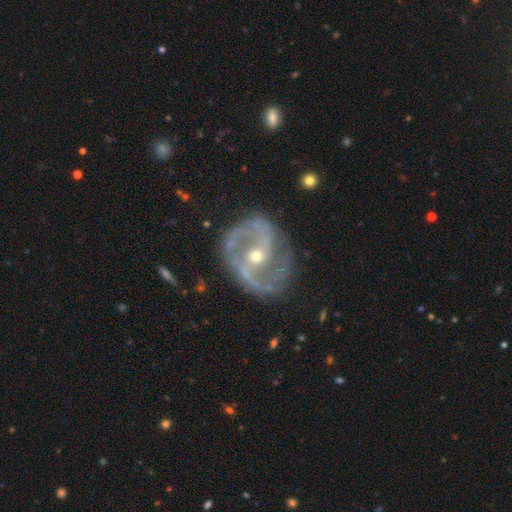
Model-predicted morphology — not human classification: A featured or disk galaxy (90%) with no bar (36%), 2 (83%) medium (53%) spiral arms (95%) and a small central bulge (53%). Merging: none (73%).